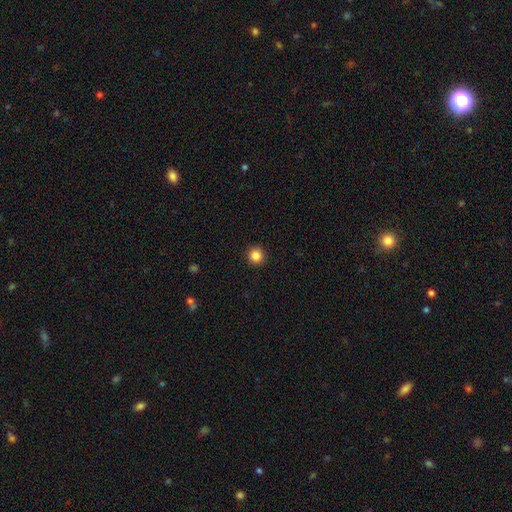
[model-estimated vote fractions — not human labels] smooth-or-featured: smooth: 86% | star or artifact: 11% | featured or disk: 4%
  how-rounded: round: 95% | in between: 4% | cigar-shaped: 1%
  merging: none: 93% | minor disturbance: 4% | major disturbance: 2% | merger: 1%